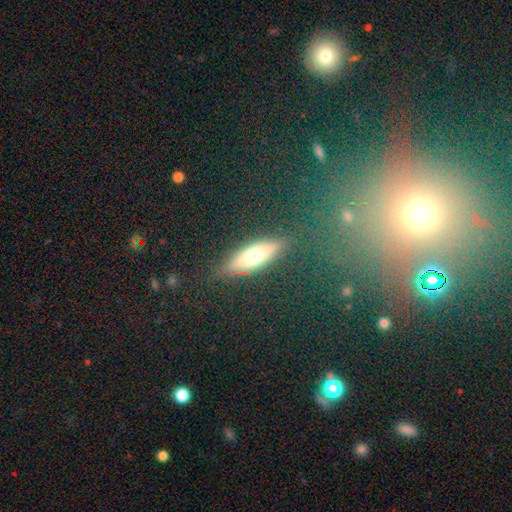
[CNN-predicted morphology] This is possibly a smooth galaxy (52%). How rounded: possibly cigar-shaped (53%). Merging: clearly none (85%).